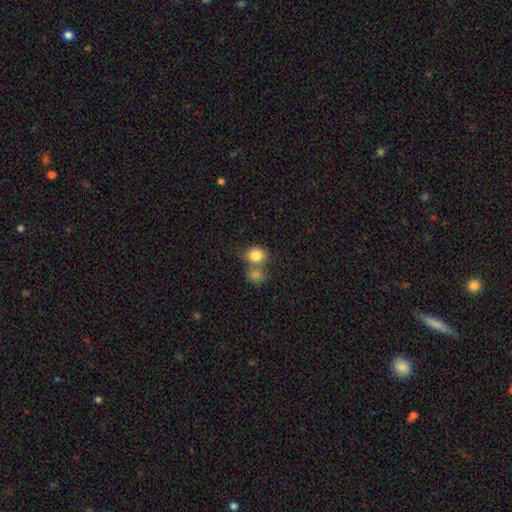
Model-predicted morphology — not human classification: This is clearly a smooth galaxy (83%). How rounded: possibly round (60%). Merging: marginally merger (45%).